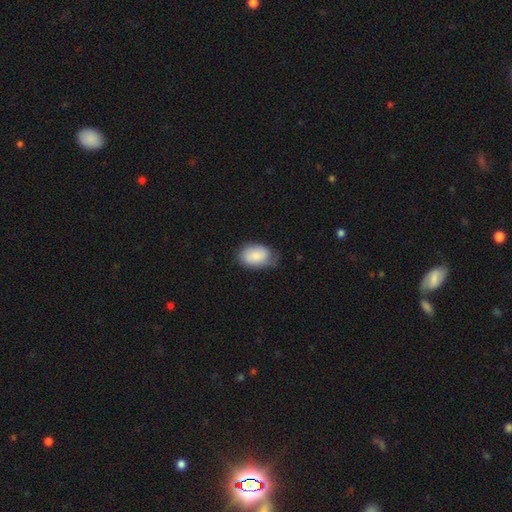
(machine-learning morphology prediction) Smooth or featured: smooth — 82% (featured or disk — 11%)
How rounded: in between — 84% (round — 15%)
Merging: none — 63% (minor disturbance — 30%)